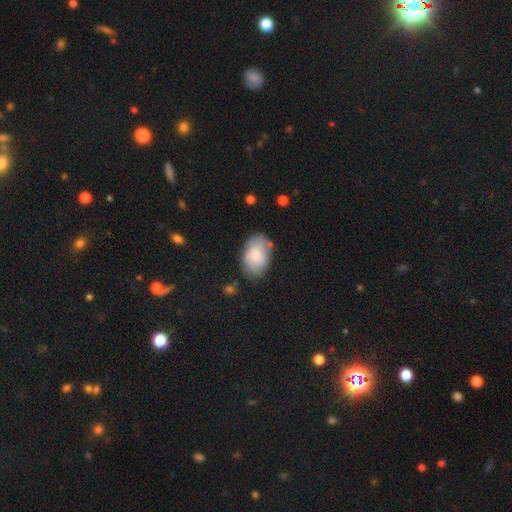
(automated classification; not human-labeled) This is likely a smooth galaxy (71%). How rounded: clearly in between (87%). Merging: likely none (67%).